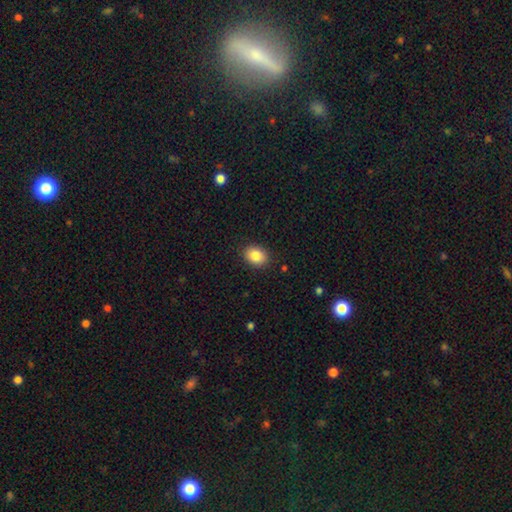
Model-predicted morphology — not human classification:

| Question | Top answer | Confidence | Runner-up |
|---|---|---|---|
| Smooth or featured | smooth | 86% | star or artifact (9%) |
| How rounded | in between | 59% | round (40%) |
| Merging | none | 89% | minor disturbance (8%) |